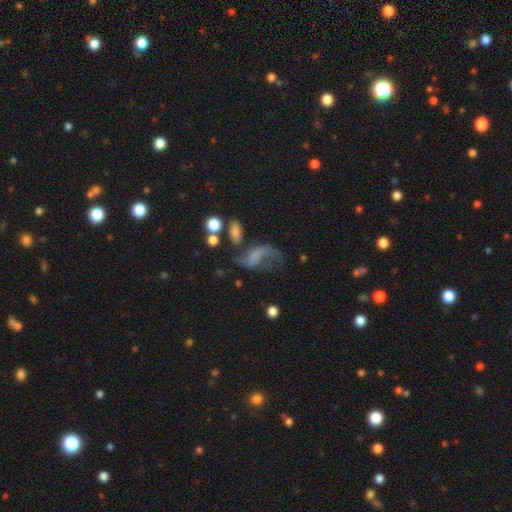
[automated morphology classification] Smooth or featured?
  - featured or disk: 62% *
  - smooth: 24%
  - star or artifact: 14%
Edge-on disk?
  - no: 95% *
  - yes: 5%
Bar?
  - no: 53% *
  - weak: 32%
  - strong: 15%
Spiral arms?
  - yes: 80% *
  - no: 20%
Bulge size?
  - none: 66% *
  - small: 17%
  - moderate: 10%
  - large: 4%
  - dominant: 2%
Merging?
  - none: 38% *
  - major disturbance: 32%
  - minor disturbance: 19%
  - merger: 12%